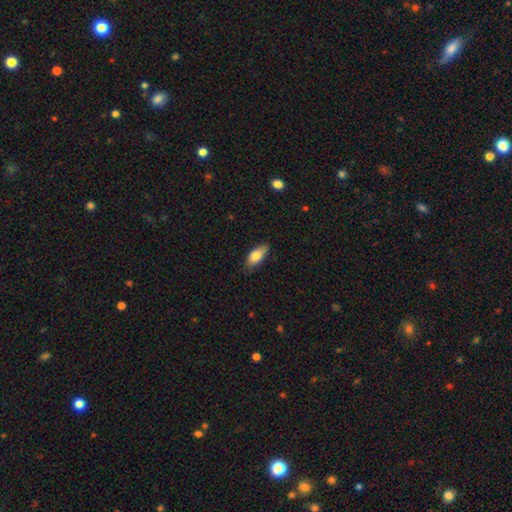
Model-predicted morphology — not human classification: Q: Smooth or featured?
A: smooth (80%); runner-up: featured or disk (13%)
Q: How rounded?
A: in between (83%); runner-up: cigar-shaped (14%)
Q: Merging?
A: none (78%); runner-up: minor disturbance (18%)